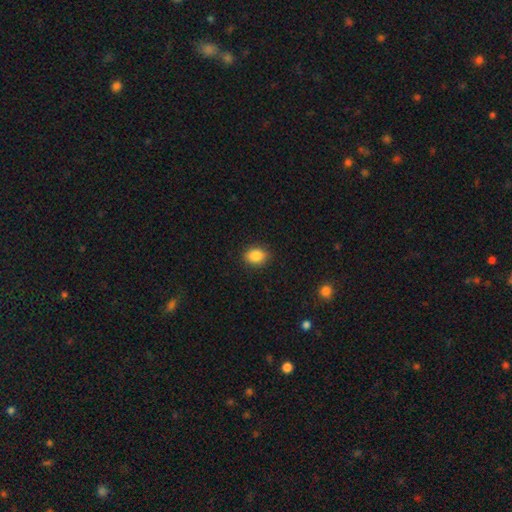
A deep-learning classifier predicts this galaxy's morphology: Smooth or featured? Predicted: smooth (p=0.87). How rounded? Predicted: in between (p=0.63). Merging? Predicted: none (p=0.88).